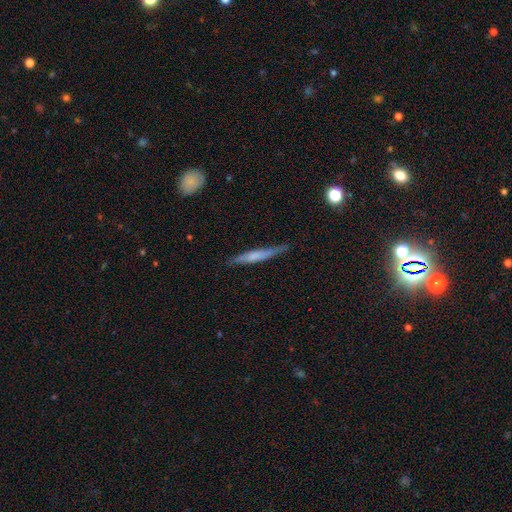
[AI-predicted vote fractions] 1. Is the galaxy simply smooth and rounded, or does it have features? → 49% smooth, 45% featured or disk, 6% star or artifact.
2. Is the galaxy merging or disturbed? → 78% none, 17% minor disturbance, 3% major disturbance, 2% merger.